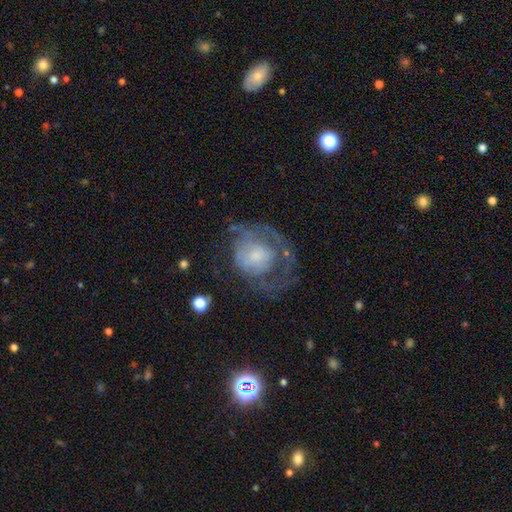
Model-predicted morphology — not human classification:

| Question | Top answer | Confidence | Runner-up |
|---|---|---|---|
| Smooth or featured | featured or disk | 60% | smooth (31%) |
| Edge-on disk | no | 97% | yes (3%) |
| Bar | no | 79% | weak (18%) |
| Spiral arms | yes | 57% | no (43%) |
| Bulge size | small | 38% | moderate (33%) |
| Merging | major disturbance | 41% | none (37%) |